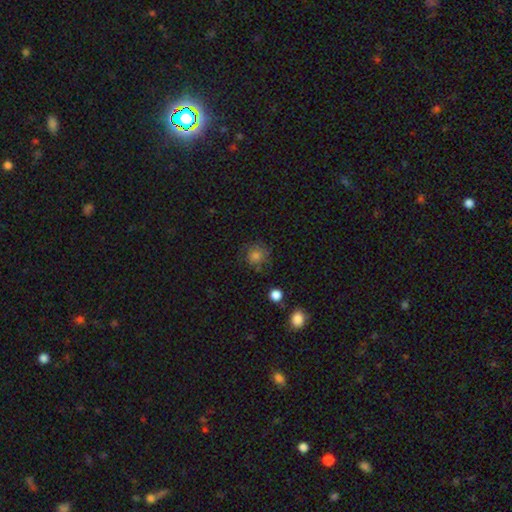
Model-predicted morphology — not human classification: smooth_or_featured: smooth (p=0.78) [alt: star or artifact p=0.14]
how_rounded: round (p=0.88) [alt: in between p=0.11]
merging: none (p=0.74) [alt: minor disturbance p=0.17]